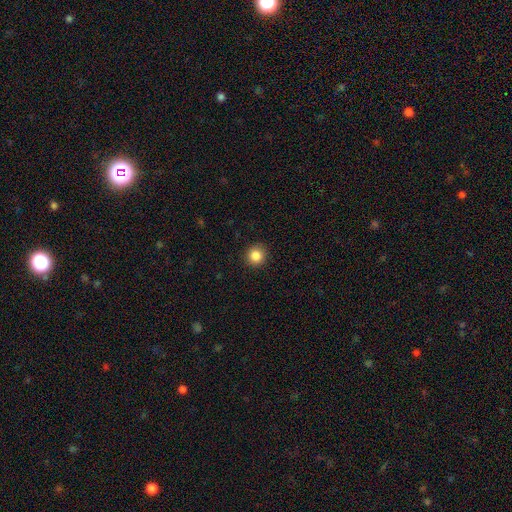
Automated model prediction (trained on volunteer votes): Overall: smooth (85%). How rounded: round (94%). Merging: none (92%).